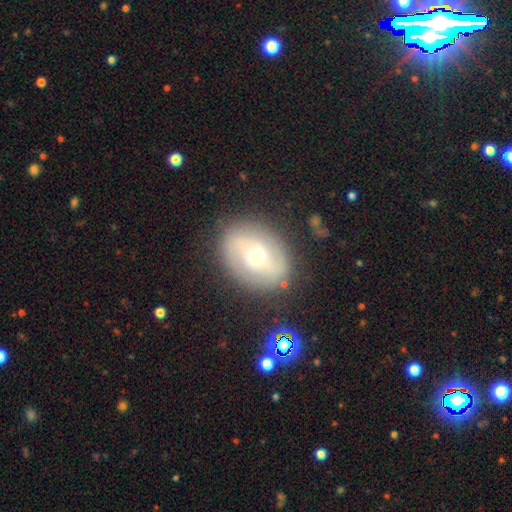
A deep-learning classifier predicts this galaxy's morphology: Smooth or featured? featured or disk (46%)
Merging? none (82%)